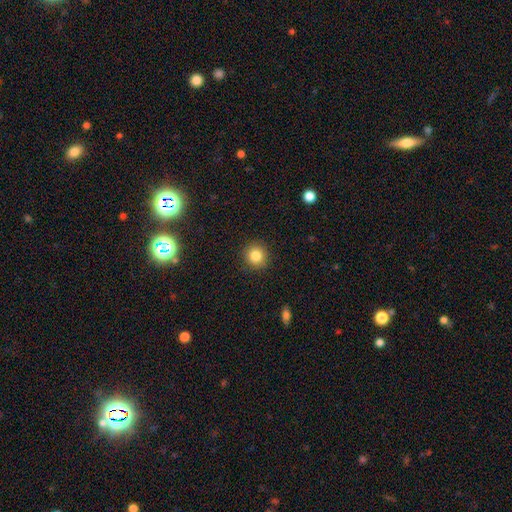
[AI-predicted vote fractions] Smooth or featured?
  - smooth: 83% *
  - star or artifact: 11%
  - featured or disk: 6%
How rounded?
  - round: 92% *
  - in between: 7%
  - cigar-shaped: 1%
Merging?
  - none: 91% *
  - minor disturbance: 6%
  - major disturbance: 2%
  - merger: 1%